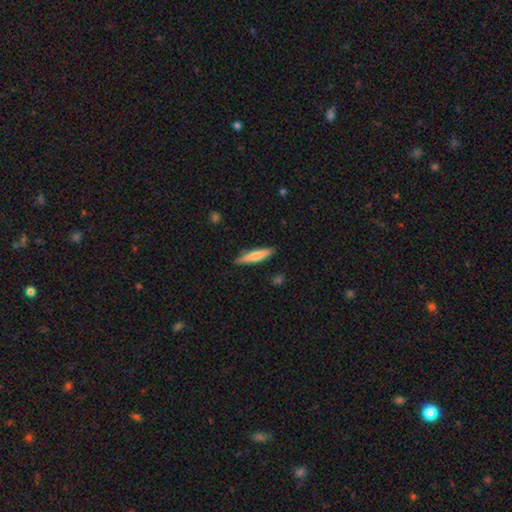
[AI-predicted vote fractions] Q: Smooth or featured?
A: smooth (72%); runner-up: featured or disk (23%)
Q: How rounded?
A: cigar-shaped (84%); runner-up: in between (14%)
Q: Merging?
A: none (87%); runner-up: minor disturbance (10%)